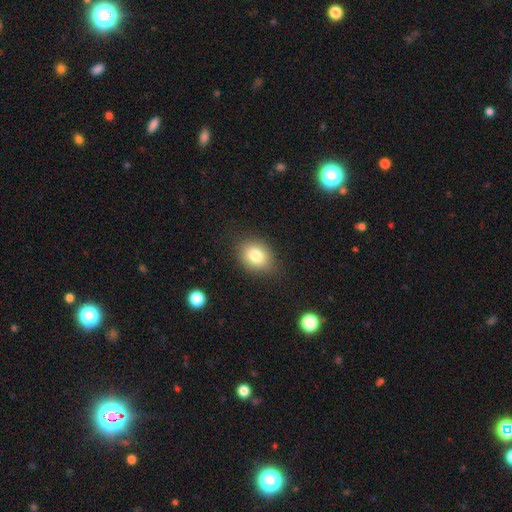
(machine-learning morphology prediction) type=smooth (80%); roundness=in between (61%); merging=none (83%).